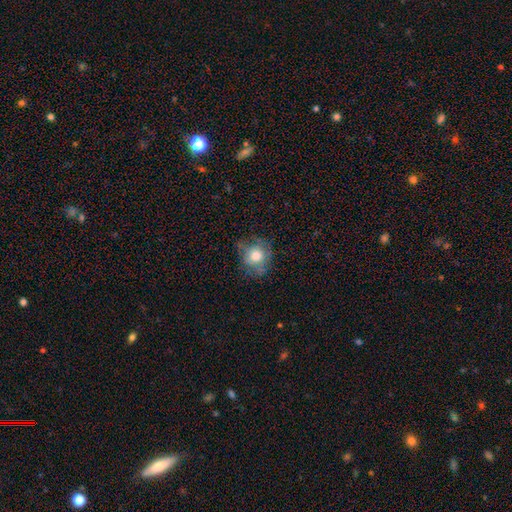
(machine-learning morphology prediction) A smooth galaxy with no disk features (69%) that is round (78%).

Vote fractions:
- Smooth or featured? smooth: 69% / featured or disk: 21% / star or artifact: 10%
- How rounded? round: 78% / in between: 21% / cigar-shaped: 1%
- Merging? none: 61% / minor disturbance: 25% / major disturbance: 12% / merger: 2%